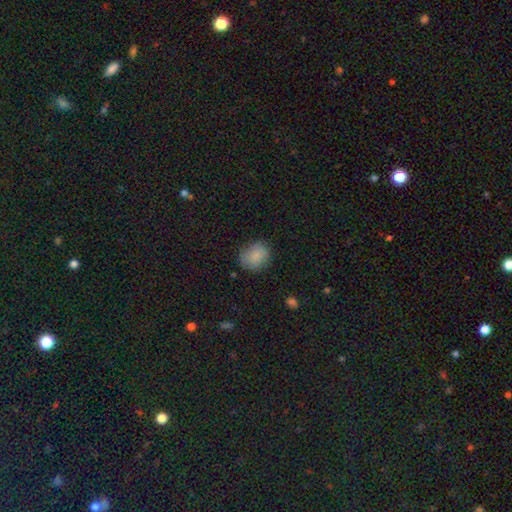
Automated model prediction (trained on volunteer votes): A smooth galaxy with no disk features (85%) that is round (62%).

Vote fractions:
- Smooth or featured? smooth: 85% / star or artifact: 8% / featured or disk: 7%
- How rounded? round: 62% / in between: 37% / cigar-shaped: 1%
- Merging? none: 75% / minor disturbance: 19% / major disturbance: 4% / merger: 1%